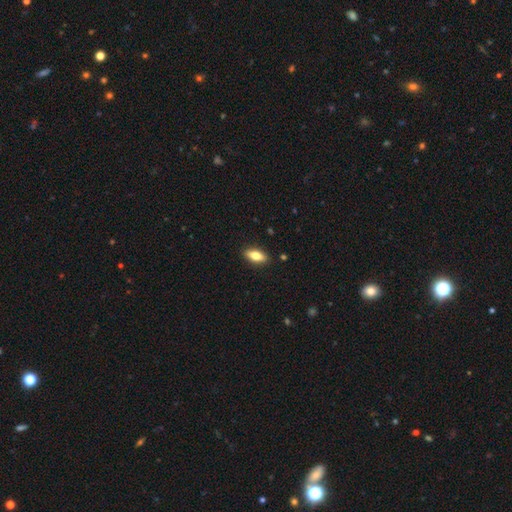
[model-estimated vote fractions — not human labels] Smooth or featured? Predicted: smooth (p=0.72). How rounded? Predicted: in between (p=0.80). Merging? Predicted: none (p=0.89).